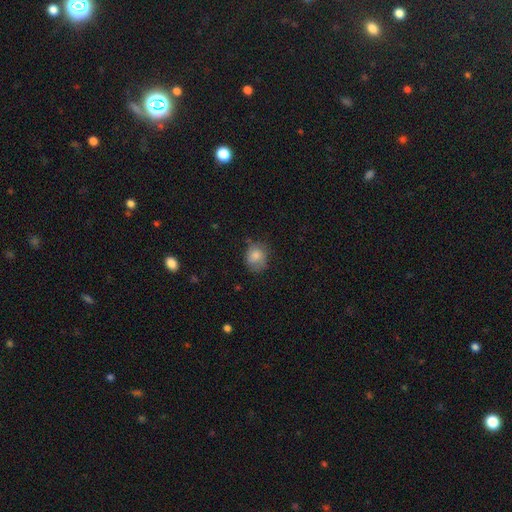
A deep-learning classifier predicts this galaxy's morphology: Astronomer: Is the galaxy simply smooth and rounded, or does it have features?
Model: smooth — 80%.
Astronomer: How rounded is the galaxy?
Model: round — 67%.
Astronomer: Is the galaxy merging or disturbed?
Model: none — 62%.